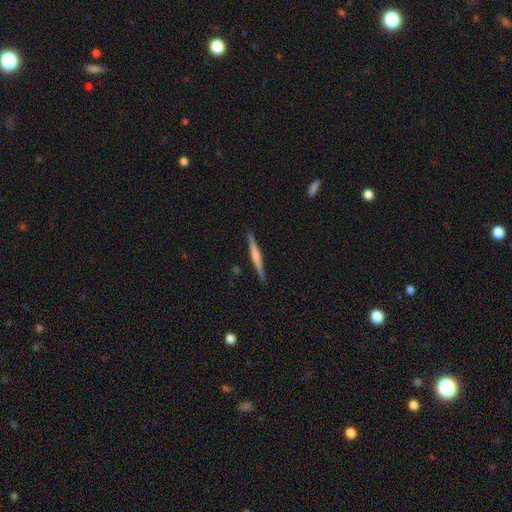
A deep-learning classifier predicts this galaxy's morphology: A featured or disk galaxy (58%) viewed edge-on (98%) with a rounded central bulge (52%). Merging: none (91%).